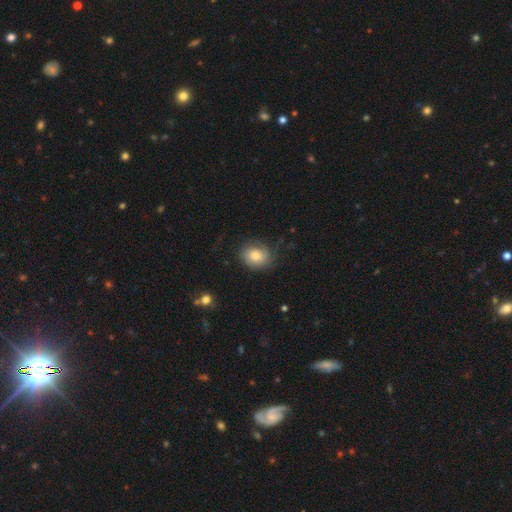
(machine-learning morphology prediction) A featured or disk galaxy (48%). Merging: none (62%).